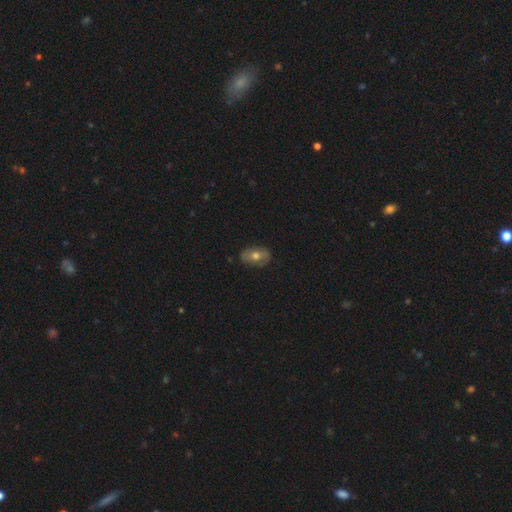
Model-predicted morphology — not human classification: This appears to be a smooth galaxy with no disk features (59%) that is in between round and cigar-shaped (83%). Merging: none (81%).